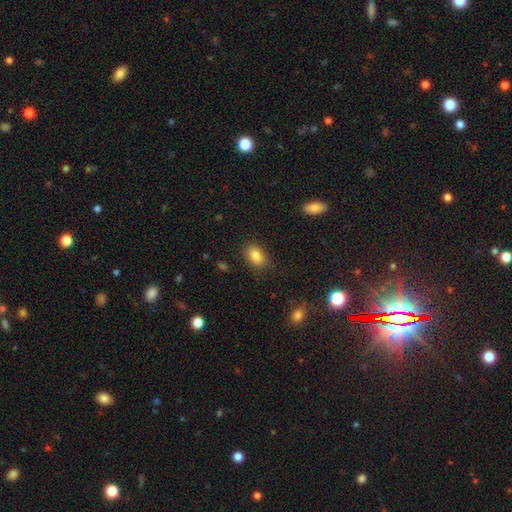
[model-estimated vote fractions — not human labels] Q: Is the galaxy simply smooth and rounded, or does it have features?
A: smooth — 85%.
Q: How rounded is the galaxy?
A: in between — 83%.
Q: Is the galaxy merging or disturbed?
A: none — 84%.